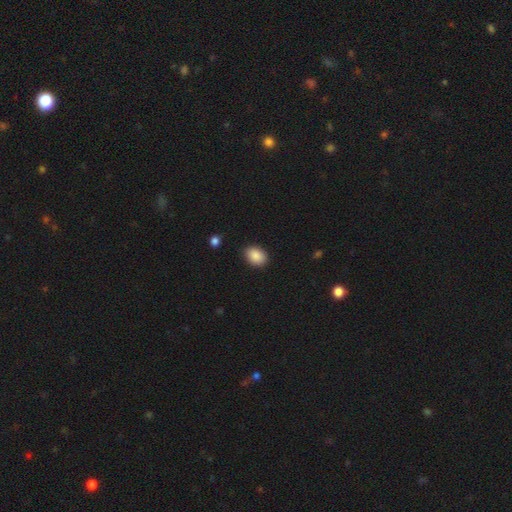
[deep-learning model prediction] Q: Smooth or featured?
A: smooth (89%); runner-up: star or artifact (7%)
Q: How rounded?
A: in between (75%); runner-up: round (24%)
Q: Merging?
A: none (86%); runner-up: minor disturbance (10%)